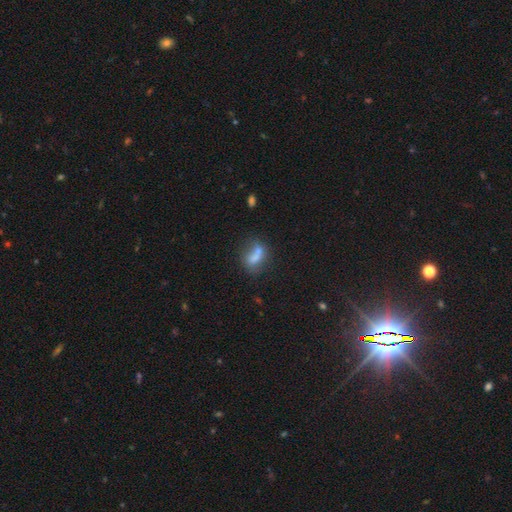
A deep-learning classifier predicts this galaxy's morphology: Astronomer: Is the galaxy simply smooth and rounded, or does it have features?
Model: smooth — 66%.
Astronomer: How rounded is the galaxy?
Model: in between — 69%.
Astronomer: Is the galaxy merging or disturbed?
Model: none — 33%, tied with merger at 33%.